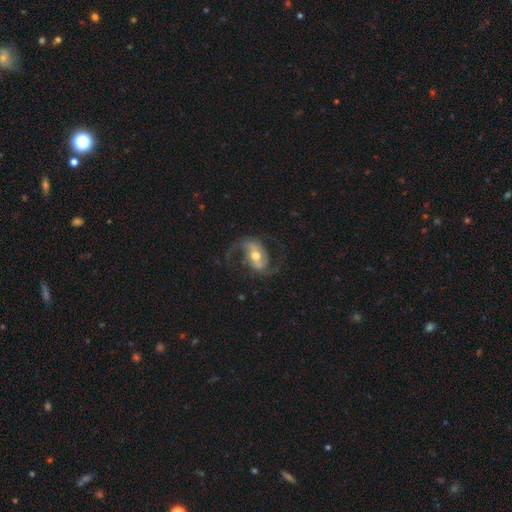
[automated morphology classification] A featured or disk galaxy (84%) with a weak bar (39%), 2 (91%) loose (47%) spiral arms (94%) and a moderate central bulge (73%).

Vote fractions:
- Smooth or featured? featured or disk: 84% / smooth: 10% / star or artifact: 5%
- Edge-on disk? no: 97% / yes: 3%
- Bar? weak: 39% / strong: 35% / no: 26%
- Spiral arms? yes: 94% / no: 6%
- Spiral winding? loose: 47% / medium: 43% / tight: 10%
- Spiral arm count? 2: 91% / can't tell: 3% / 1: 2% / 3: 2% / 4: 1% / more than 4: 1%
- Bulge size? moderate: 73% / small: 16% / large: 8% / dominant: 1% / none: 1%
- Merging? none: 70% / minor disturbance: 15% / major disturbance: 14% / merger: 2%